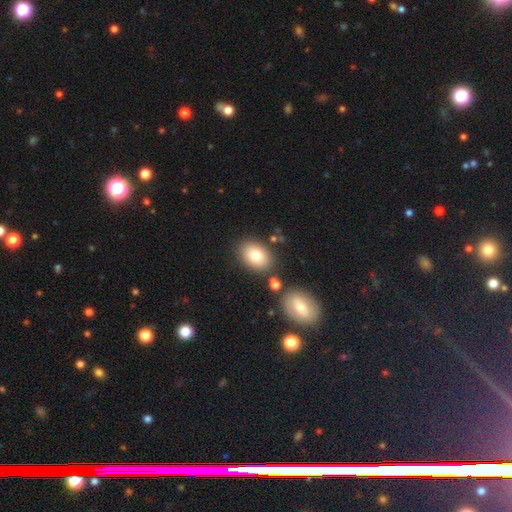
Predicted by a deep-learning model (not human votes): The model was most divided on "how rounded": in between: 79%, round: 20%, cigar-shaped: 1%. More confident: smooth or featured — smooth (79%); merging — none (78%).